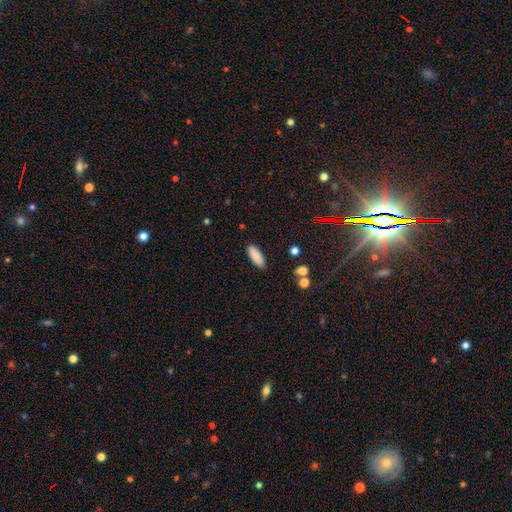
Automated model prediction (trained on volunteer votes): Smooth or featured? smooth (87%)
How rounded? in between (71%)
Merging? none (88%)